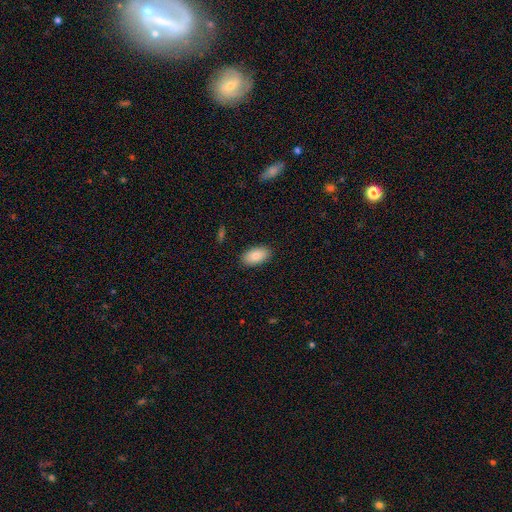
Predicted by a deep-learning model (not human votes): Smooth or featured? smooth (83%)
How rounded? in between (94%)
Merging? none (89%)